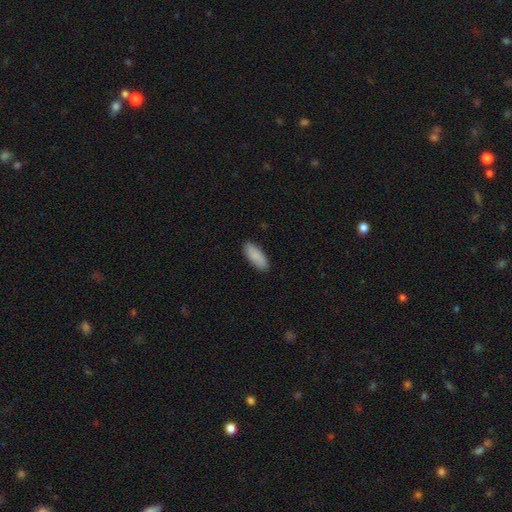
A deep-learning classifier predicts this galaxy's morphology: Overall: smooth (88%). How rounded: in between (81%). Merging: none (88%).